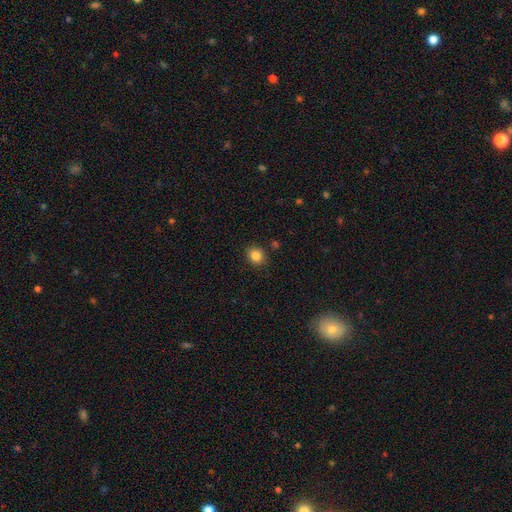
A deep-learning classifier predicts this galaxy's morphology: A smooth galaxy with no disk features (84%) that is round (68%). Merging: none (87%).